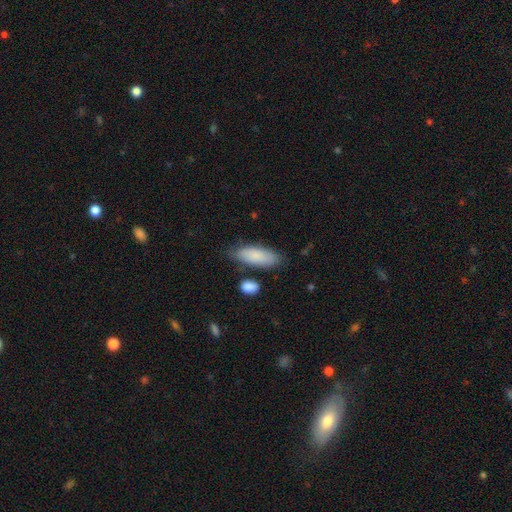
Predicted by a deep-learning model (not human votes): Morphology: type=smooth (85%); roundness=in between (71%); merging=none (73%).